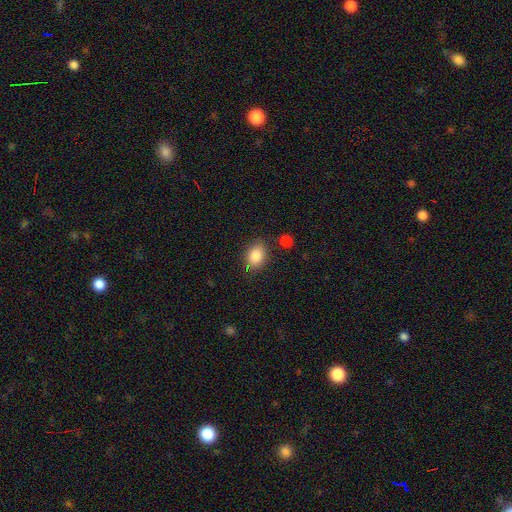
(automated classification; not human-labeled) This is clearly a smooth galaxy (86%). How rounded: likely in between (70%). Merging: likely none (78%).